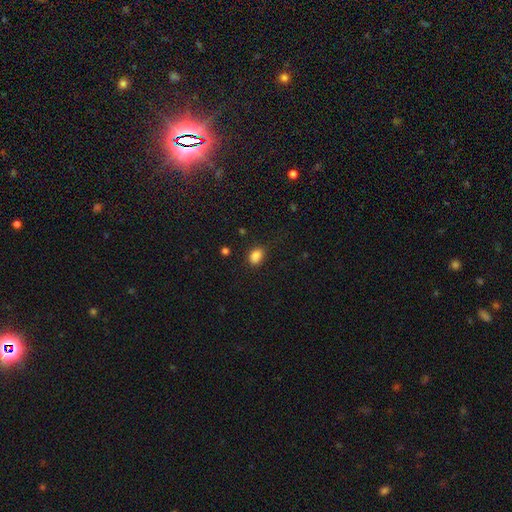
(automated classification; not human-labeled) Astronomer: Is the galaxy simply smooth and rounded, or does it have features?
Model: smooth — 85%.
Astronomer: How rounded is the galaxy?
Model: in between — 74%.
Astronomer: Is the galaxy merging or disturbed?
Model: none — 74%.